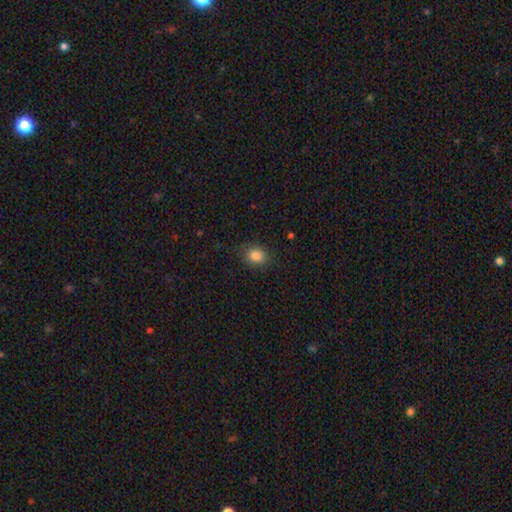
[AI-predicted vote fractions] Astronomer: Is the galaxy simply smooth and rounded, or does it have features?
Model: smooth — 84%.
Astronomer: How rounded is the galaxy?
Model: round — 62% (runner-up: in between, 37%).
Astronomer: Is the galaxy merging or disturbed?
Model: none — 84%.